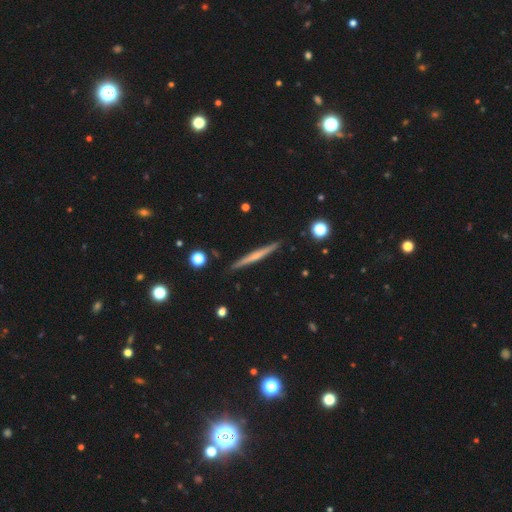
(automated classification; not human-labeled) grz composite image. It shows a featured or disk galaxy (56%) viewed edge-on (98%) with no central bulge (60%). Merging: none (91%).